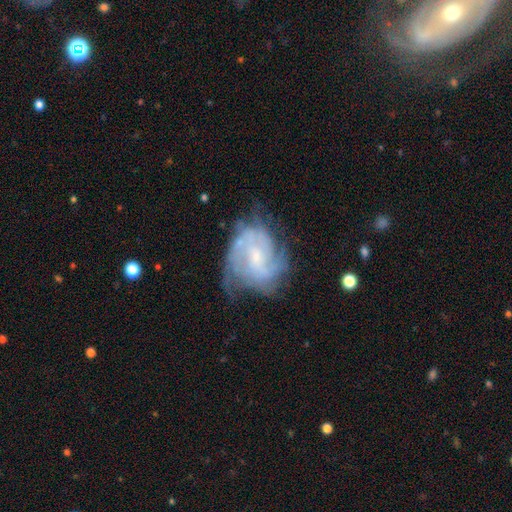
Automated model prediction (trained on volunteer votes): This is clearly a featured or disk galaxy (80%). It is clearly not viewed edge-on (97%). Bar: possibly weak (47%). Spiral arm pattern: clearly yes (91%). Spiral arm count: marginally can't tell (34%). Spiral winding: marginally tight (44%). Central bulge: possibly small (60%). Merging: possibly none (56%).